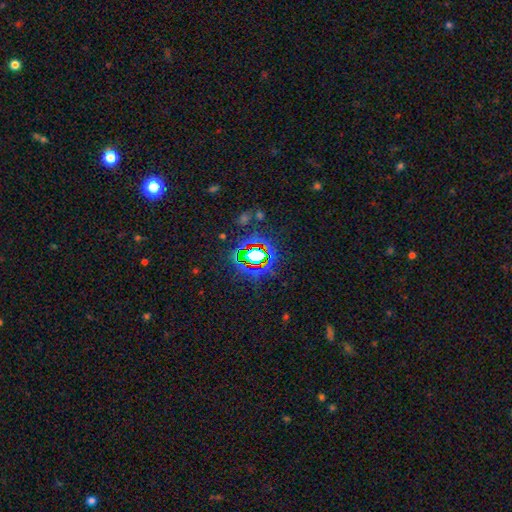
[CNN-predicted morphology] smooth-or-featured: star or artifact: 73% | smooth: 16% | featured or disk: 11%